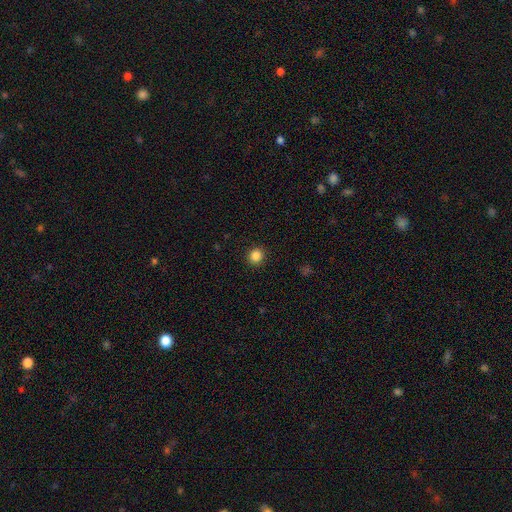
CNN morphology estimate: A smooth galaxy with no disk features (85%) that is round (90%). Merging: none (92%).